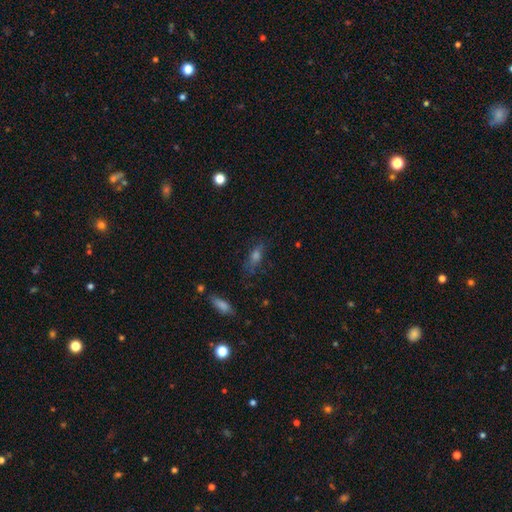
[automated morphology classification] smooth 48%, featured or disk 28%, star or artifact 24%. Down the decision tree: merging — none (67%).